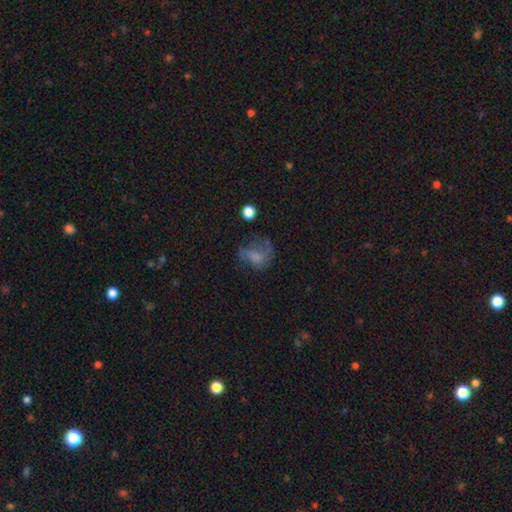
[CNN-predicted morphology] Smooth or featured: smooth — 53% (featured or disk — 32%)
How rounded: in between — 53% (round — 46%)
Merging: major disturbance — 38% (none — 34%)